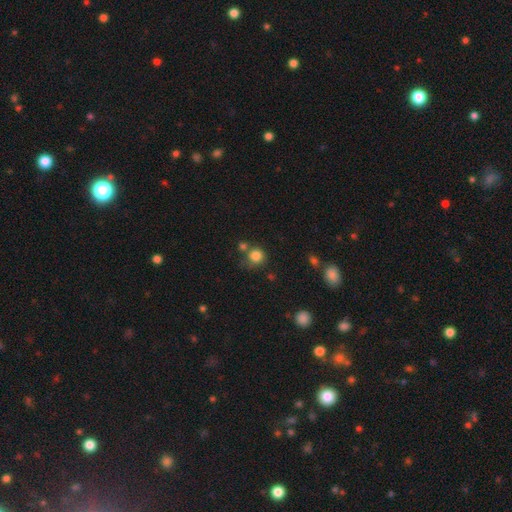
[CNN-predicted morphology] This is clearly a smooth galaxy (82%). How rounded: clearly round (87%). Merging: likely none (61%).